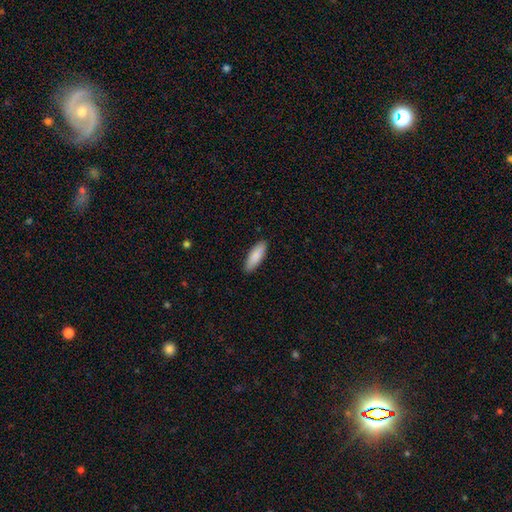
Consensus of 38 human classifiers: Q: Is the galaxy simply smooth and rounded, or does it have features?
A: smooth — 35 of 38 (92%).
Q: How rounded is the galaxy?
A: in between — 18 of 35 (51%).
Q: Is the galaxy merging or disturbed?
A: none — 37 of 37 (100%).